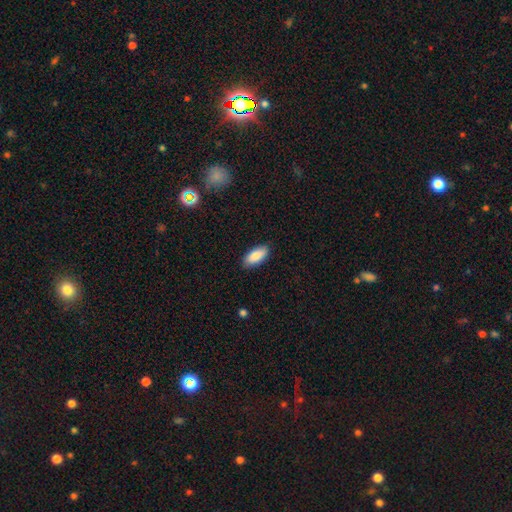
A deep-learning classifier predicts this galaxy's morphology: This appears to be a smooth galaxy with no disk features (87%) that is in between round and cigar-shaped (88%). Merging: none (87%).